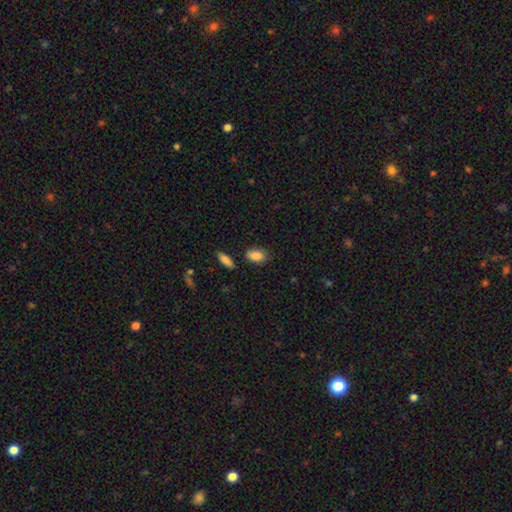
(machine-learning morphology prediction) This appears to be a smooth galaxy with no disk features (87%) that is in between round and cigar-shaped (89%). Merging: none (79%).